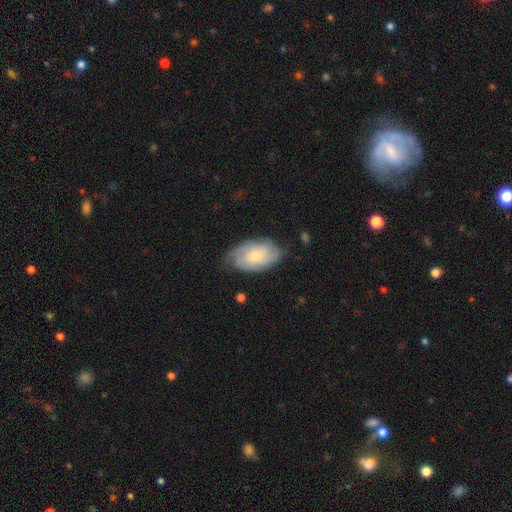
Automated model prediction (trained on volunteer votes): A featured or disk galaxy (61%) with no bar (71%), tight (58%) spiral arms (89%) and a small central bulge (50%). Merging: none (70%).